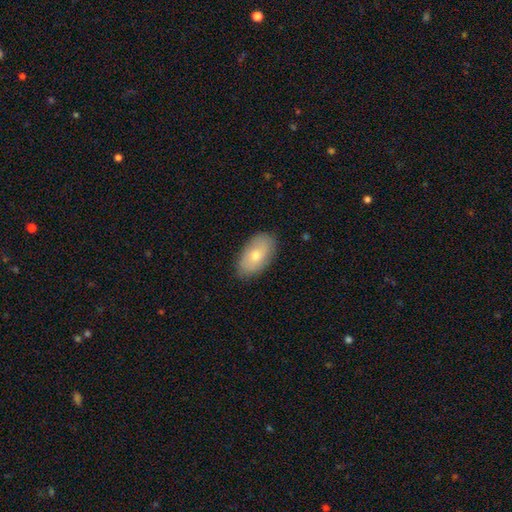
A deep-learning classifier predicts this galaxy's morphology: Overall: smooth (67%). How rounded: in between (93%). Merging: none (83%).